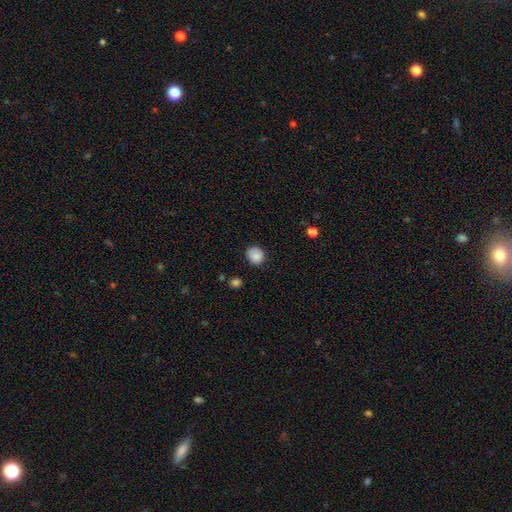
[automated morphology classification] Smooth or featured?
  - smooth: 86% *
  - star or artifact: 9%
  - featured or disk: 5%
How rounded?
  - round: 73% *
  - in between: 26%
  - cigar-shaped: 1%
Merging?
  - none: 79% *
  - minor disturbance: 16%
  - major disturbance: 3%
  - merger: 2%